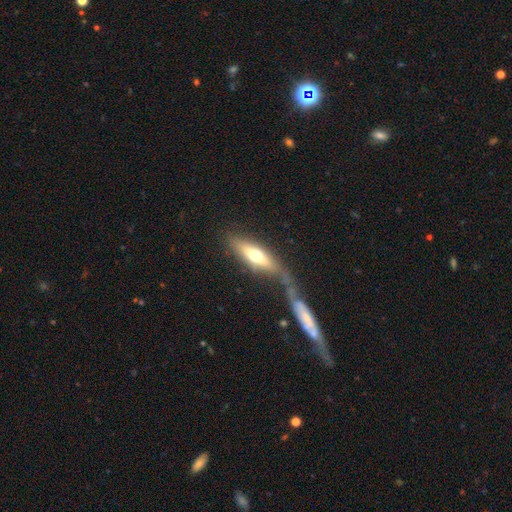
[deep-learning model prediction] smooth 55%, featured or disk 39%, star or artifact 6%. Down the decision tree: how rounded — cigar-shaped (50%); merging — merger (34%).